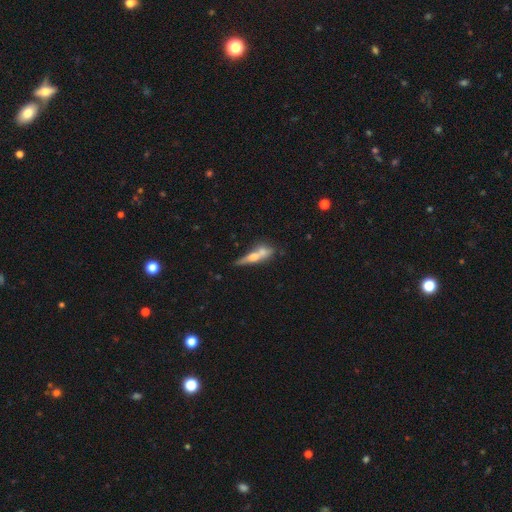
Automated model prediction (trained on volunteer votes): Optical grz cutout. It shows a featured or disk galaxy (47%). Merging: none (38%).